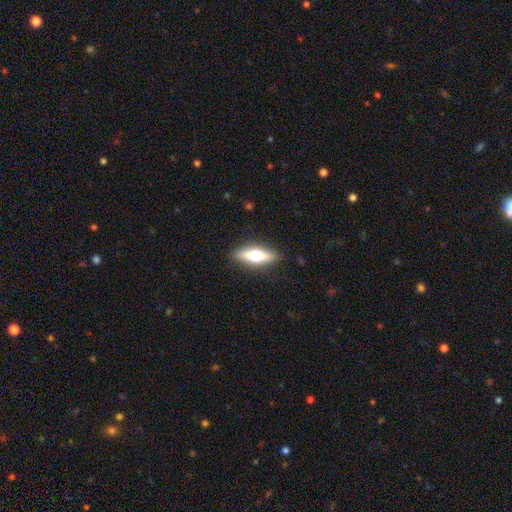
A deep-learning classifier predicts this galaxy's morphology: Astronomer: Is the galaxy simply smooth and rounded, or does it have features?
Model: smooth — 50% (runner-up: featured or disk, 43%).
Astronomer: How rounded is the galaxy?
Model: cigar-shaped — 51% (runner-up: in between, 46%).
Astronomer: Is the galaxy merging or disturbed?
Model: none — 88%.